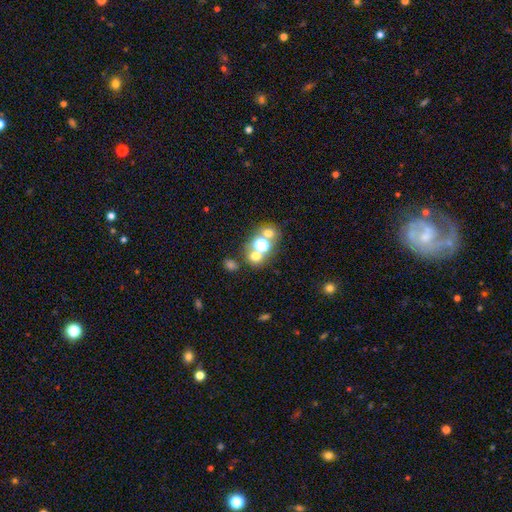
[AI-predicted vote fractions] A smooth galaxy with no disk features (57%) that is round (79%). Merging: none (57%).